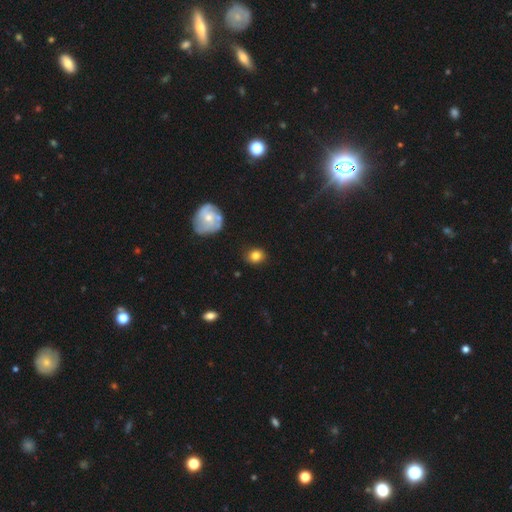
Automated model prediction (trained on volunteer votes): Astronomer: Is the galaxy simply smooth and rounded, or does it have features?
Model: smooth — 81%.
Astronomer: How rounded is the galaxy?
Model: round — 70%.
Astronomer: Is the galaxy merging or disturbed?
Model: none — 82%.